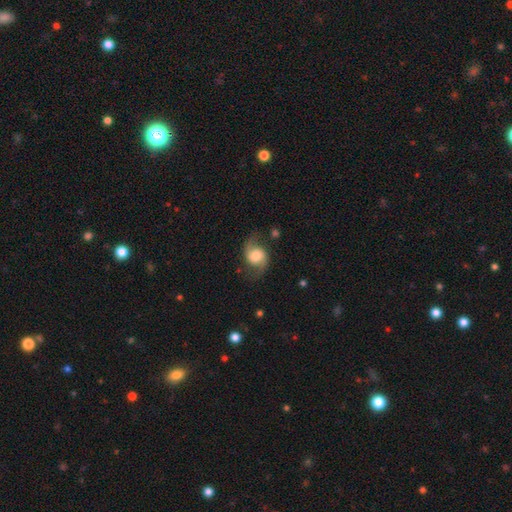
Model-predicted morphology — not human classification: This is likely a featured or disk galaxy (68%). It is clearly not viewed edge-on (97%). Bar: likely no (60%). Spiral arm pattern: clearly yes (93%). Spiral arm count: clearly 2 (92%). Spiral winding: likely loose (61%). Central bulge: marginally moderate (42%). Merging: likely none (69%).